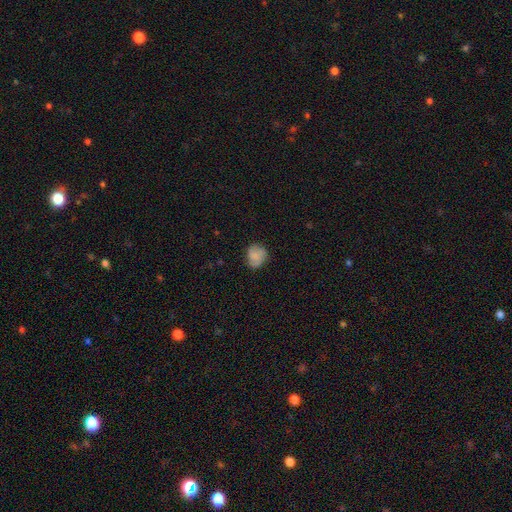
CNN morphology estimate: This appears to be a smooth galaxy with no disk features (74%) that is round (63%). Merging: none (68%).